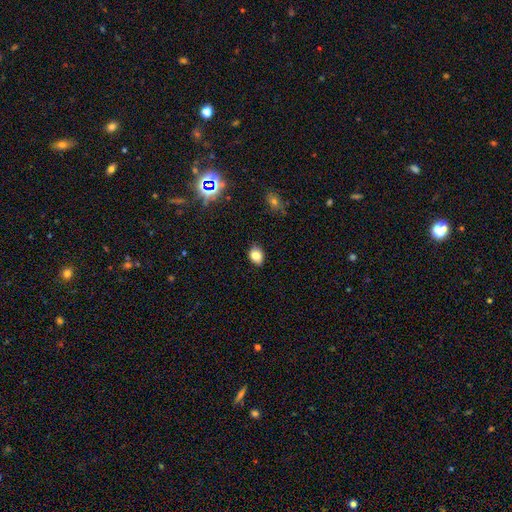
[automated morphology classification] smooth_or_featured: smooth (p=0.80) [alt: star or artifact p=0.12]
how_rounded: in between (p=0.69) [alt: round p=0.30]
merging: none (p=0.84) [alt: minor disturbance p=0.12]